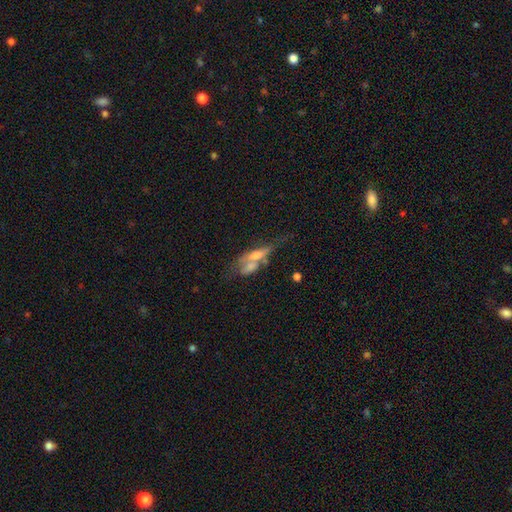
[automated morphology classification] The model was most divided on "smooth or featured": featured or disk: 49%, smooth: 40%, star or artifact: 11%. Remaining: merging — merger (44%).